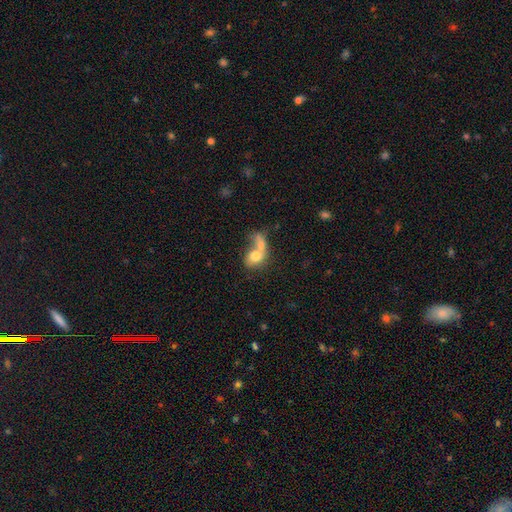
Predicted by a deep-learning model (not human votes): The model was most divided on "how rounded": in between: 57%, round: 40%, cigar-shaped: 2%. More confident: smooth or featured — smooth (69%); merging — merger (66%).